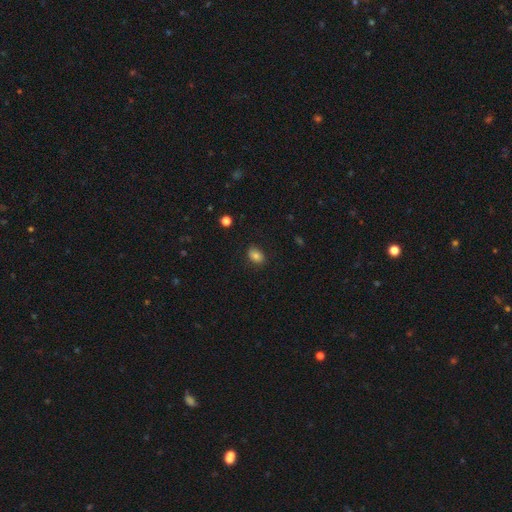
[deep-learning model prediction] Smooth or featured: smooth — 82% (star or artifact — 10%)
How rounded: in between — 77% (round — 22%)
Merging: none — 82% (minor disturbance — 13%)